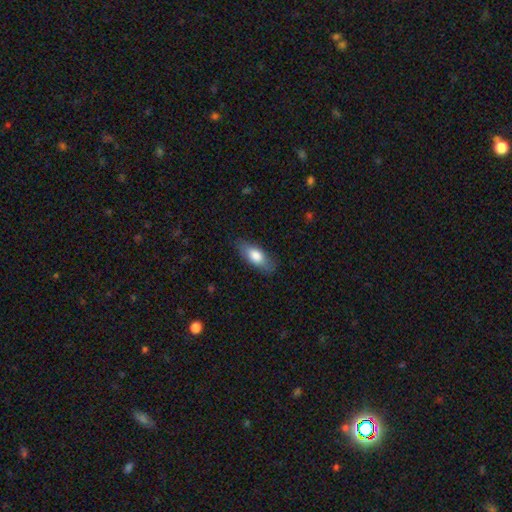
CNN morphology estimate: smooth_or_featured: smooth (p=0.77) [alt: featured or disk p=0.17]
how_rounded: in between (p=0.76) [alt: cigar-shaped p=0.21]
merging: none (p=0.82) [alt: minor disturbance p=0.14]